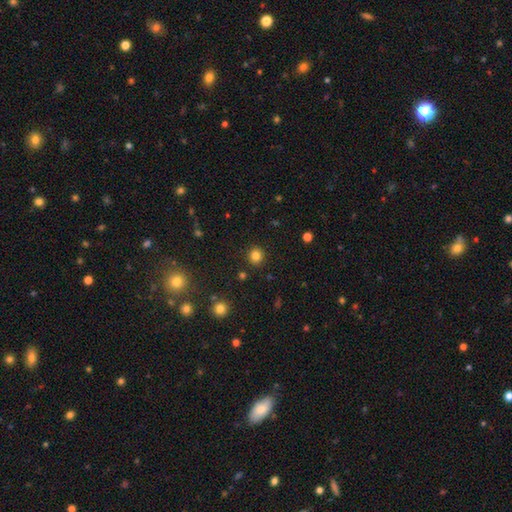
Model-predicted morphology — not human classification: A smooth galaxy with no disk features (82%) that is round (89%).

Vote fractions:
- Smooth or featured? smooth: 82% / star or artifact: 13% / featured or disk: 5%
- How rounded? round: 89% / in between: 10% / cigar-shaped: 1%
- Merging? none: 90% / minor disturbance: 6% / major disturbance: 2% / merger: 2%